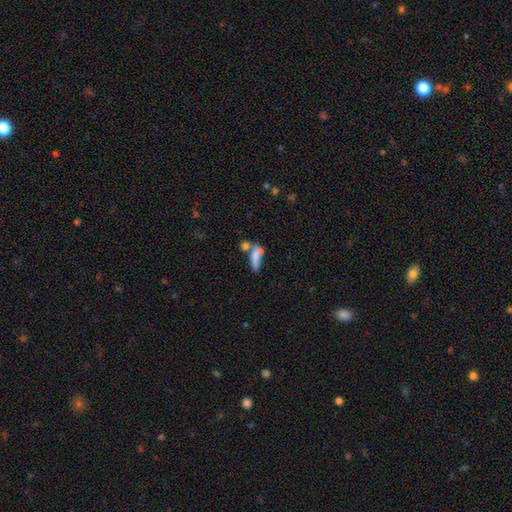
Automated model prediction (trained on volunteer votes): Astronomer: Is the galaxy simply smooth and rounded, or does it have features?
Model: smooth — 72%.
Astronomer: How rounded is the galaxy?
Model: in between — 57% (runner-up: cigar-shaped, 38%).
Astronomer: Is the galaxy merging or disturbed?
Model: merger — 41% (runner-up: none, 31%).